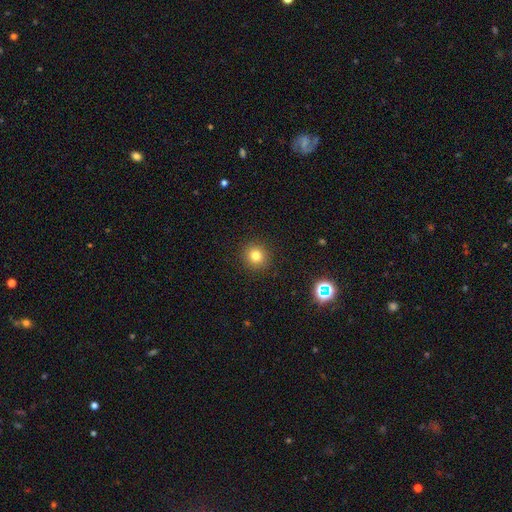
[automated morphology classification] smooth-or-featured: smooth: 80% | star or artifact: 13% | featured or disk: 7%
  how-rounded: round: 90% | in between: 9% | cigar-shaped: 1%
  merging: none: 91% | minor disturbance: 6% | major disturbance: 2% | merger: 1%